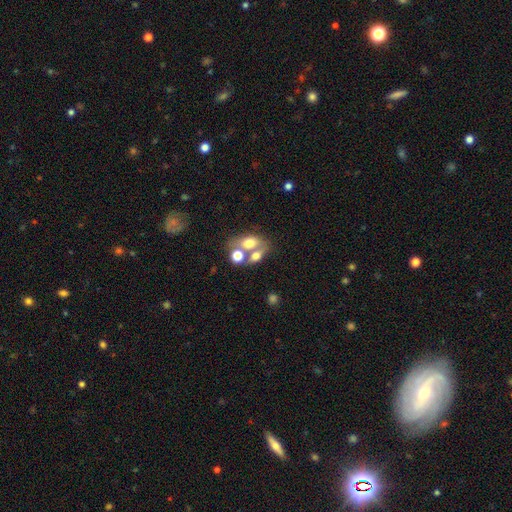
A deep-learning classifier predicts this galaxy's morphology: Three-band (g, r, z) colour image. It shows a smooth galaxy with no disk features (61%) that is in between round and cigar-shaped (74%). Merging: merger (53%).